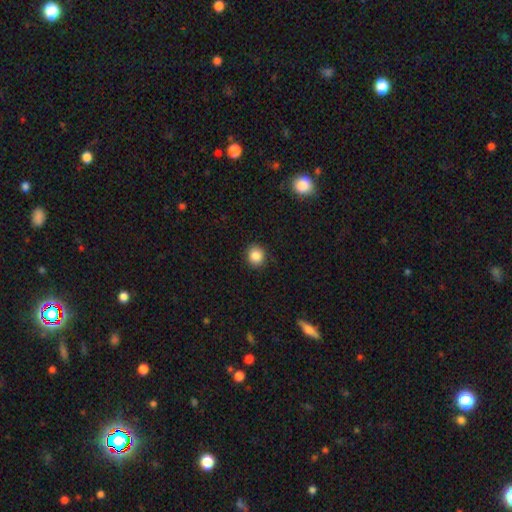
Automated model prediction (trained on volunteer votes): Smooth or featured: smooth — 86% (star or artifact — 10%)
How rounded: round — 85% (in between — 14%)
Merging: none — 91% (minor disturbance — 6%)